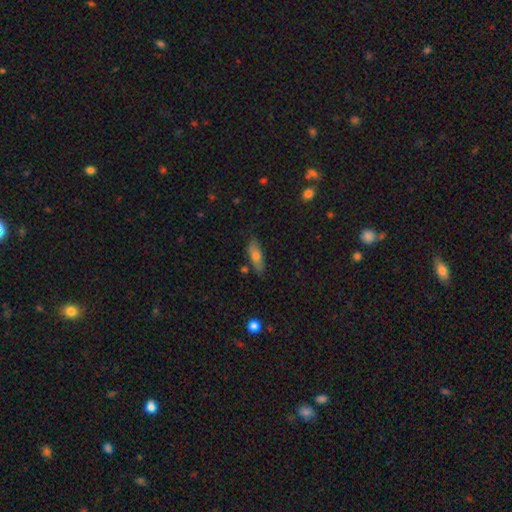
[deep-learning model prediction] Smooth or featured?
  - smooth: 65% *
  - featured or disk: 28%
  - star or artifact: 7%
How rounded?
  - in between: 61% *
  - cigar-shaped: 35%
  - round: 3%
Merging?
  - none: 75% *
  - minor disturbance: 18%
  - major disturbance: 3%
  - merger: 3%